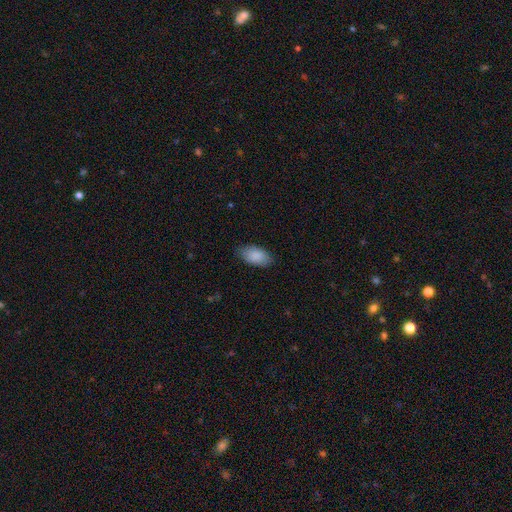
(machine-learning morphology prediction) Smooth or featured? Predicted: smooth (p=0.89). How rounded? Predicted: in between (p=0.95). Merging? Predicted: none (p=0.83).